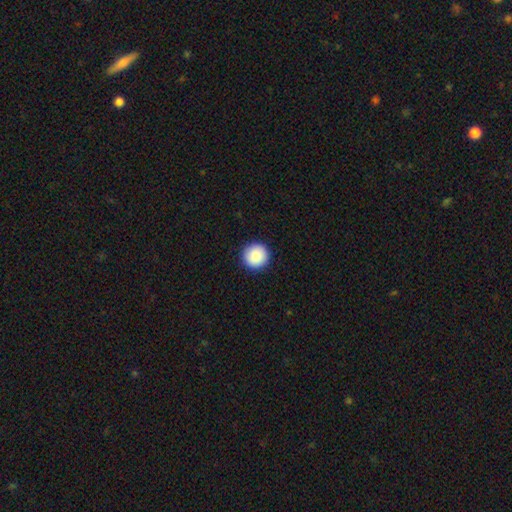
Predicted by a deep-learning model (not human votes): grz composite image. It shows a smooth galaxy with no disk features (88%) that is round (95%). Merging: none (93%).